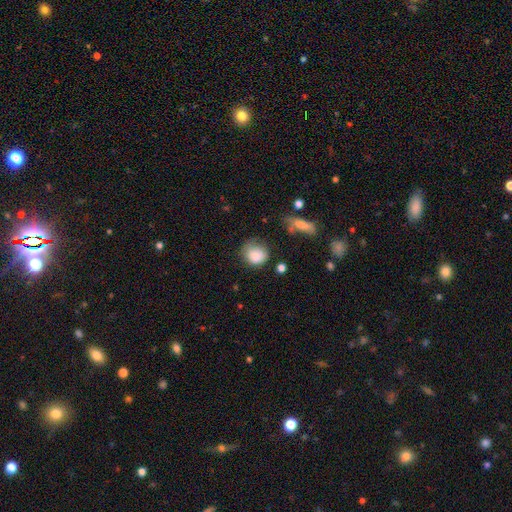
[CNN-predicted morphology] smooth-or-featured: smooth: 83% | star or artifact: 8% | featured or disk: 8%
  how-rounded: round: 75% | in between: 23% | cigar-shaped: 1%
  merging: none: 53% | minor disturbance: 30% | major disturbance: 12% | merger: 4%